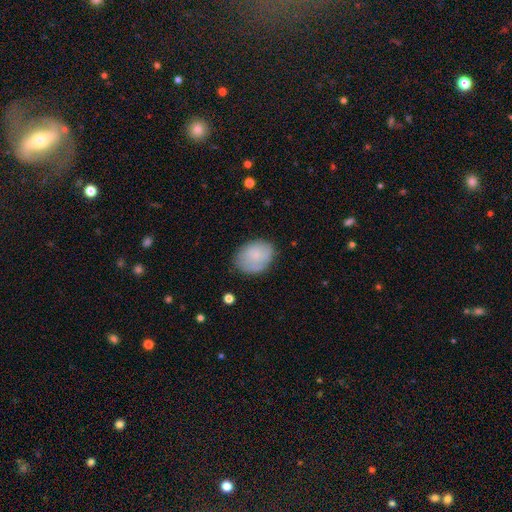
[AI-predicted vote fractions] smooth-or-featured: smooth: 77% | featured or disk: 16% | star or artifact: 7%
  how-rounded: in between: 63% | round: 36% | cigar-shaped: 1%
  merging: none: 70% | minor disturbance: 22% | major disturbance: 6% | merger: 2%